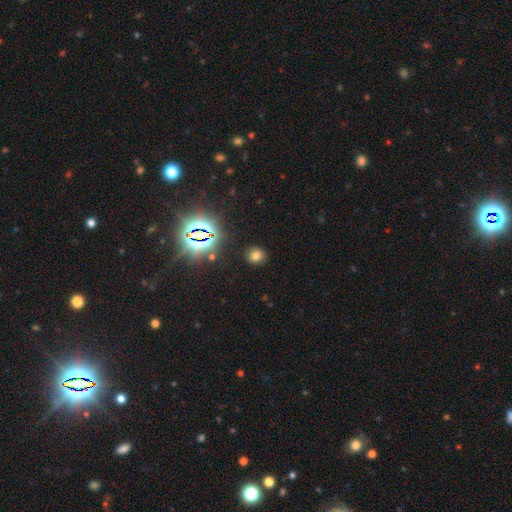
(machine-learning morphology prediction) smooth-or-featured: smooth: 67% | star or artifact: 25% | featured or disk: 8%
  how-rounded: round: 80% | in between: 19% | cigar-shaped: 1%
  merging: none: 87% | minor disturbance: 8% | major disturbance: 3% | merger: 2%